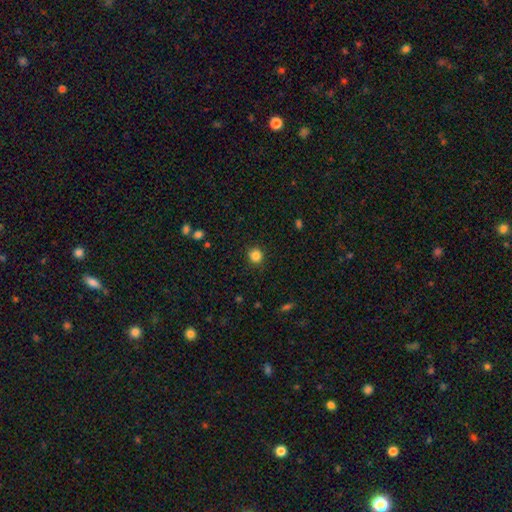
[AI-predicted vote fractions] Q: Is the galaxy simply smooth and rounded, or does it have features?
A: smooth — 84%.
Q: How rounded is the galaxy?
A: round — 89%.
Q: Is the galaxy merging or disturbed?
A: none — 89%.